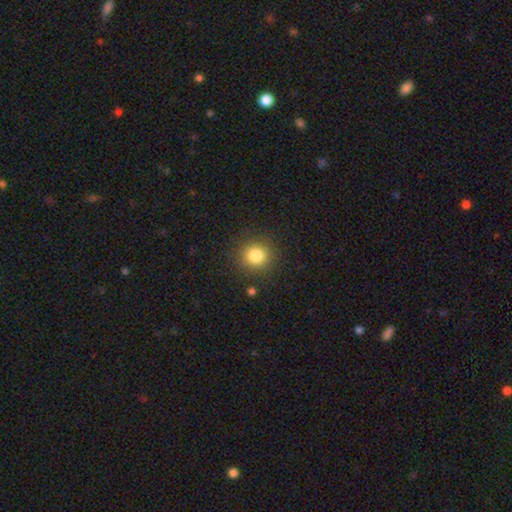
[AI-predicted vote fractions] Smooth or featured: smooth — 82% (star or artifact — 12%)
How rounded: round — 90% (in between — 9%)
Merging: none — 88% (minor disturbance — 8%)